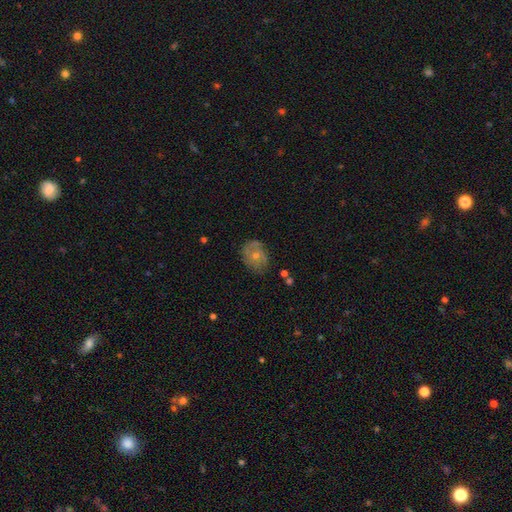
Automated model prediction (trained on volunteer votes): Smooth or featured: featured or disk — 49% (smooth — 37%)
Merging: none — 72% (minor disturbance — 19%)